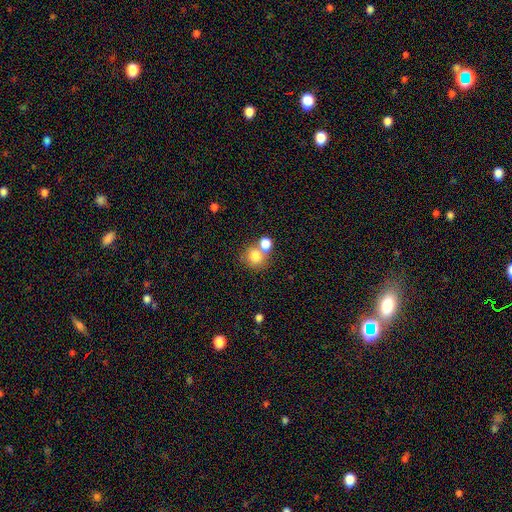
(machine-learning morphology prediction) type=smooth (79%); roundness=round (80%); merging=none (48%).